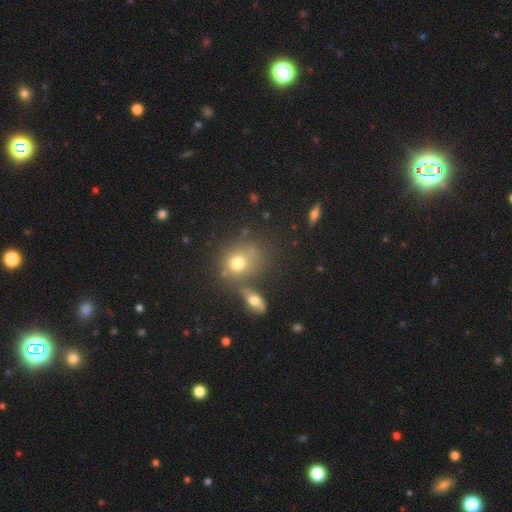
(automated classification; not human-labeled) smooth_or_featured: smooth (p=0.61) [alt: star or artifact p=0.23]
how_rounded: round (p=0.70) [alt: in between p=0.29]
merging: none (p=0.52) [alt: merger p=0.28]